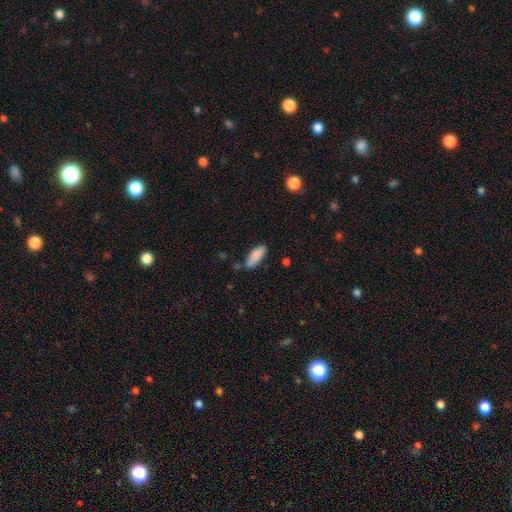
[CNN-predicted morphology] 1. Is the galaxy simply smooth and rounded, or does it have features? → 87% smooth, 7% featured or disk, 6% star or artifact.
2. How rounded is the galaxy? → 74% in between, 25% cigar-shaped, 2% round.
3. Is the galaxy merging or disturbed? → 73% none, 19% minor disturbance, 5% merger, 4% major disturbance.